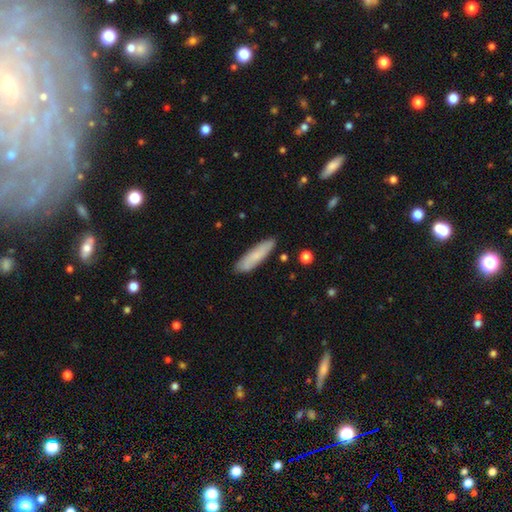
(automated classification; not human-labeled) Smooth or featured? smooth (76%)
How rounded? cigar-shaped (73%)
Merging? none (85%)